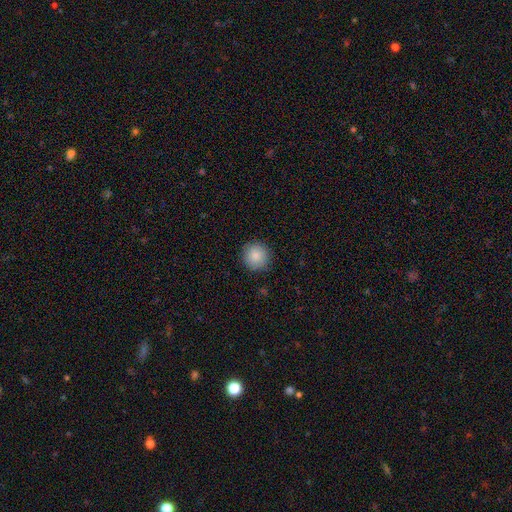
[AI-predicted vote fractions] This is clearly a smooth galaxy (87%). How rounded: clearly round (94%). Merging: clearly none (90%).